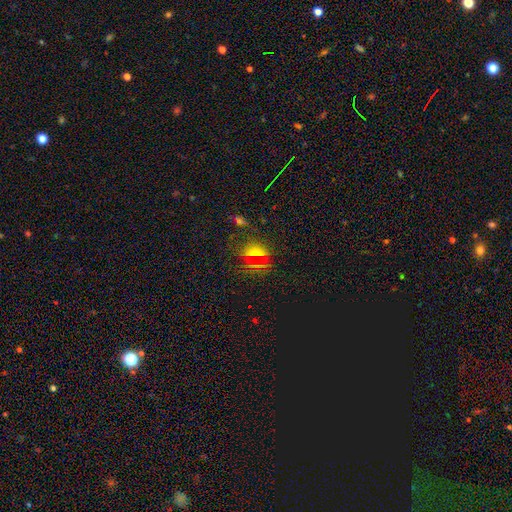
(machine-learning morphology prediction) smooth 46%, star or artifact 44%, featured or disk 10%. Down the decision tree: merging — none (73%).